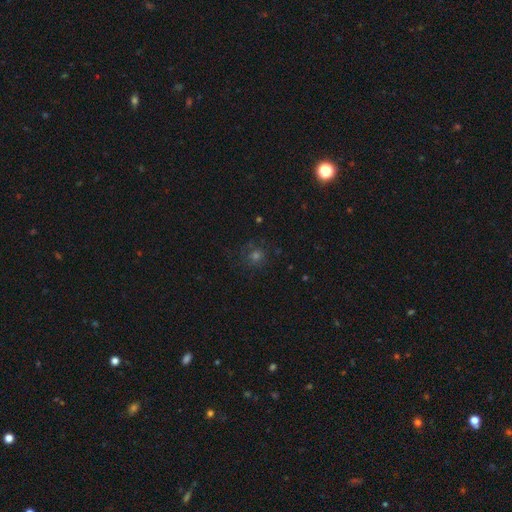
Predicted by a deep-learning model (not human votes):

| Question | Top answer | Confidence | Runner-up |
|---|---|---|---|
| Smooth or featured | smooth | 47% | star or artifact (34%) |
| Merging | none | 77% | minor disturbance (13%) |